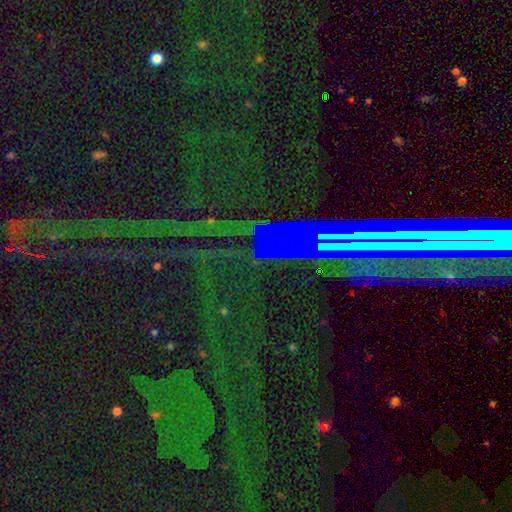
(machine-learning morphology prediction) smooth_or_featured: star or artifact (p=0.79) [alt: featured or disk p=0.12]